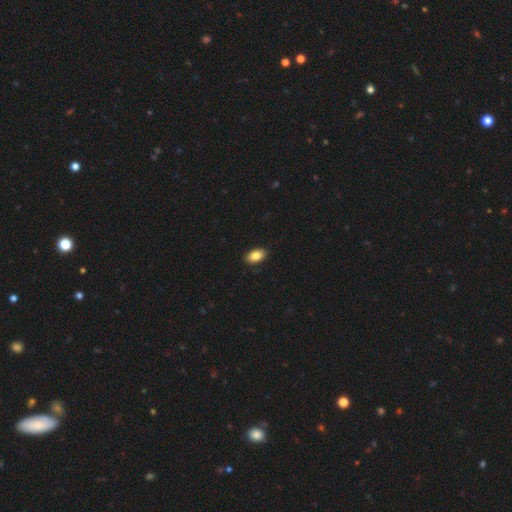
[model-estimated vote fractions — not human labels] smooth-or-featured: smooth: 85% | star or artifact: 7% | featured or disk: 7%
  how-rounded: in between: 92% | round: 6% | cigar-shaped: 2%
  merging: none: 89% | minor disturbance: 8% | major disturbance: 2% | merger: 1%